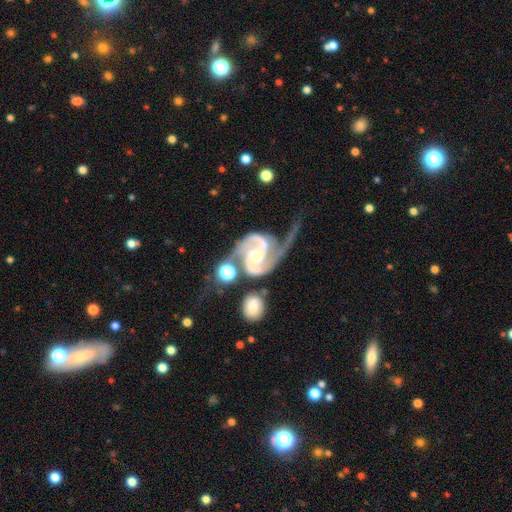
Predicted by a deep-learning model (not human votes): featured or disk 94%, star or artifact 4%, smooth 3%. Down the decision tree: edge-on disk — no (98%); bar — weak (41%); spiral arms — yes (99%); spiral arm count — 2 (92%); spiral winding — medium (56%); bulge size — moderate (44%, tied with small); merging — none (39%).